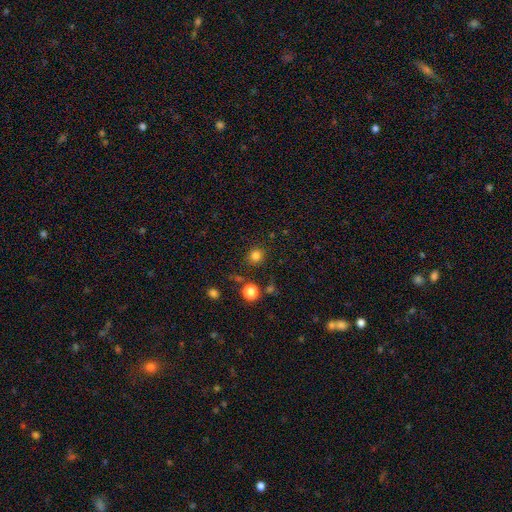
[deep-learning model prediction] Smooth or featured?
  - smooth: 81% *
  - star or artifact: 14%
  - featured or disk: 5%
How rounded?
  - round: 89% *
  - in between: 11%
  - cigar-shaped: 1%
Merging?
  - none: 87% *
  - minor disturbance: 8%
  - major disturbance: 3%
  - merger: 3%